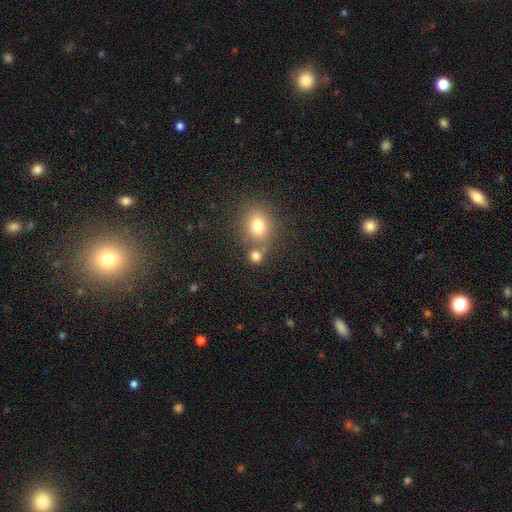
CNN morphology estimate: Smooth or featured: smooth — 78% (star or artifact — 15%)
How rounded: round — 83% (in between — 16%)
Merging: none — 62% (merger — 25%)